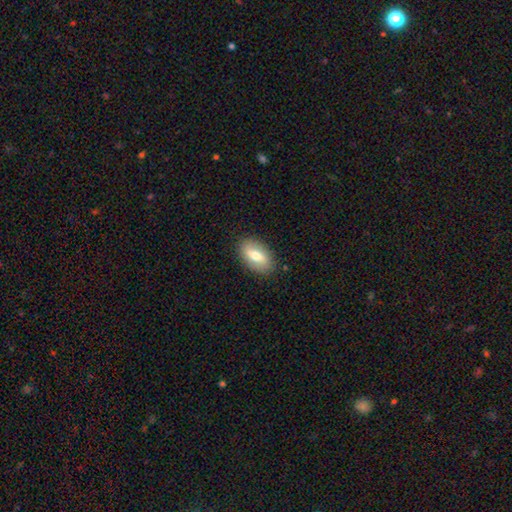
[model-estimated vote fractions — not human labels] This appears to be a smooth galaxy with no disk features (65%) that is in between round and cigar-shaped (90%). Merging: none (86%).